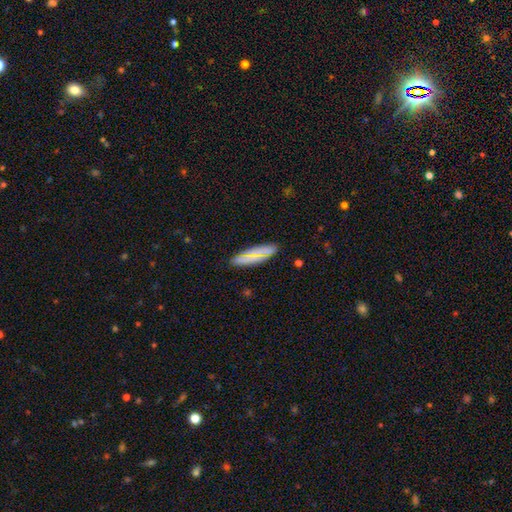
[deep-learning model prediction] Smooth or featured? smooth (67%)
How rounded? cigar-shaped (70%)
Merging? none (84%)